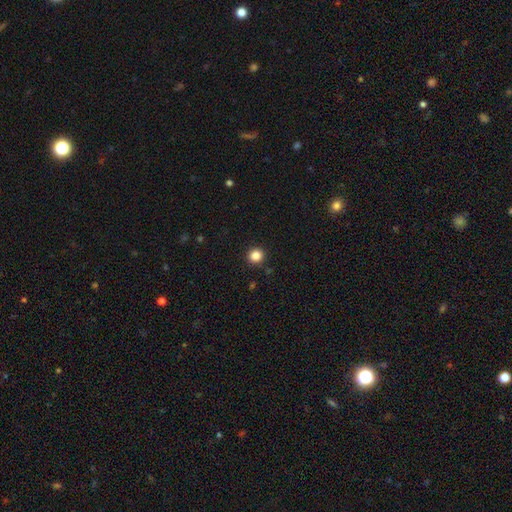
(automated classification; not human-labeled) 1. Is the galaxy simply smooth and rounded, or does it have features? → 84% smooth, 12% star or artifact, 4% featured or disk.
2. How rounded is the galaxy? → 94% round, 5% in between, 1% cigar-shaped.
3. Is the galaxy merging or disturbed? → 92% none, 5% minor disturbance, 2% major disturbance, 1% merger.